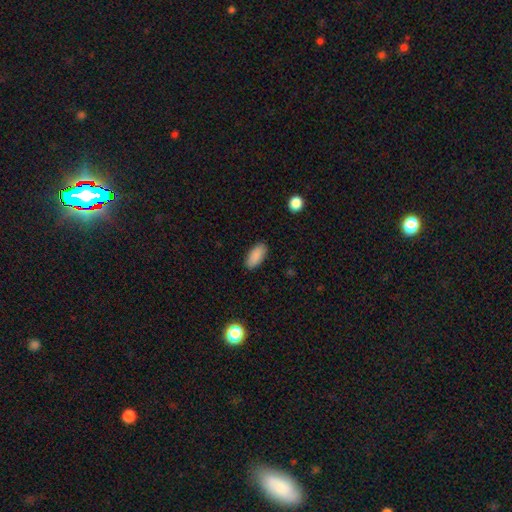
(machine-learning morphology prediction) Smooth or featured: smooth — 88% (star or artifact — 7%)
How rounded: in between — 91% (cigar-shaped — 7%)
Merging: none — 87% (minor disturbance — 9%)